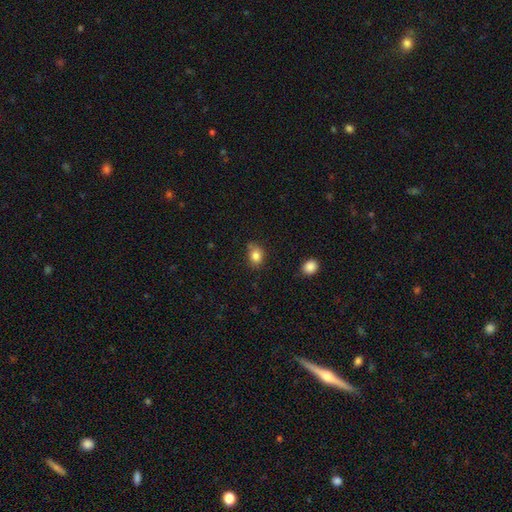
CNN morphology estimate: This is clearly a smooth galaxy (83%). How rounded: possibly in between (52%). Merging: likely none (64%).